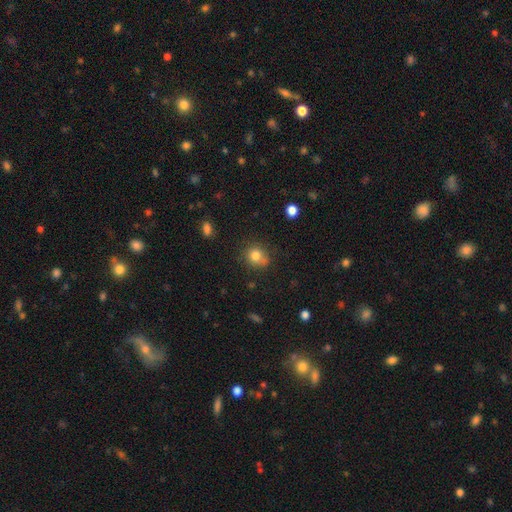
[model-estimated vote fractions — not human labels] Morphology: type=smooth (79%); roundness=round (79%); merging=none (67%).